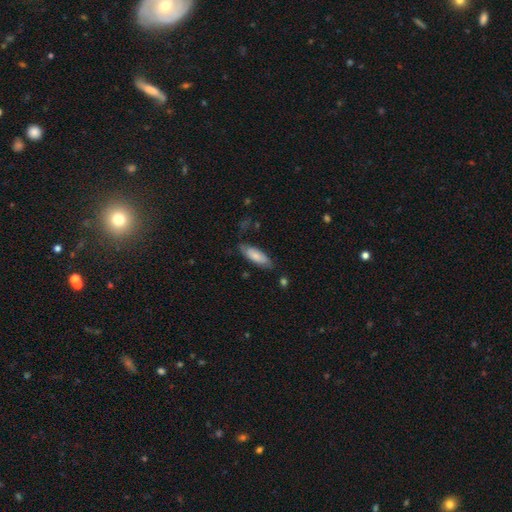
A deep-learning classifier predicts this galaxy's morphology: Smooth or featured? smooth (72%)
How rounded? in between (65%)
Merging? none (70%)